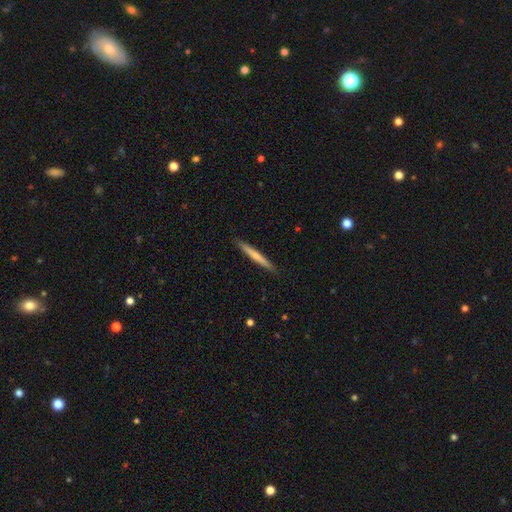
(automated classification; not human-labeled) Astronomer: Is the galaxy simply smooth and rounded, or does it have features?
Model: smooth — 58% (runner-up: featured or disk, 37%).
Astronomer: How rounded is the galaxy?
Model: cigar-shaped — 96%.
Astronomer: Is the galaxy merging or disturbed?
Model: none — 90%.